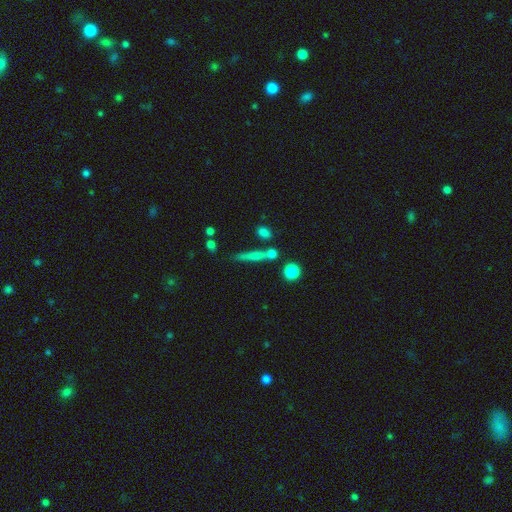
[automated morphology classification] A smooth galaxy with no disk features (61%) that is cigar-shaped (82%). Merging: none (67%).